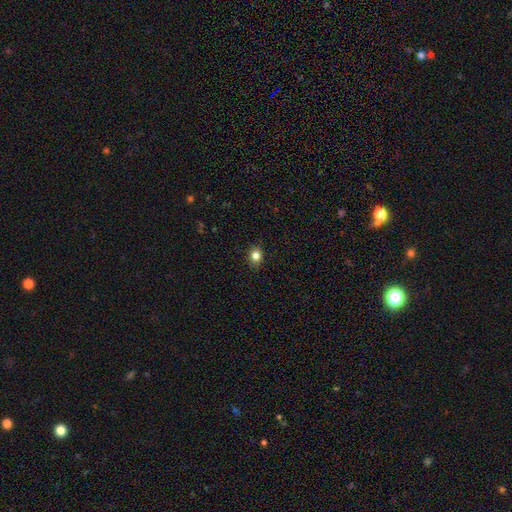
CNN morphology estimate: smooth 82%, star or artifact 12%, featured or disk 6%. Down the decision tree: how rounded — round (58%); merging — none (89%).